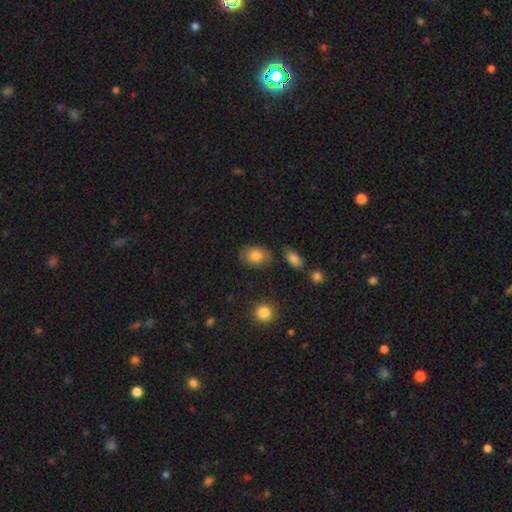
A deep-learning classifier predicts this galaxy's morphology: Q: Smooth or featured?
A: smooth (81%); runner-up: featured or disk (11%)
Q: How rounded?
A: in between (73%); runner-up: round (26%)
Q: Merging?
A: none (75%); runner-up: minor disturbance (17%)